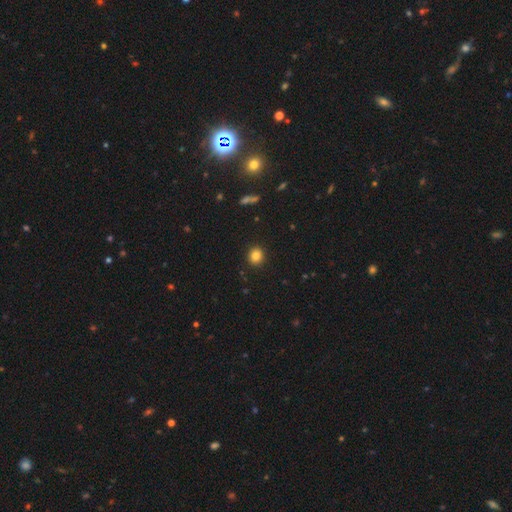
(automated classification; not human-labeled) The model was most divided on "how rounded": round: 84%, in between: 15%, cigar-shaped: 1%. More confident: merging — none (92%); smooth or featured — smooth (84%).